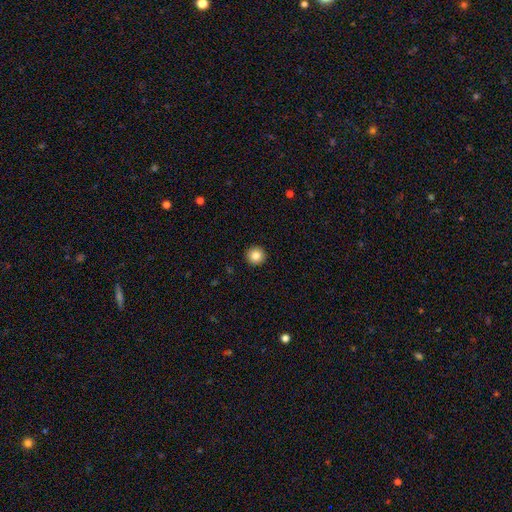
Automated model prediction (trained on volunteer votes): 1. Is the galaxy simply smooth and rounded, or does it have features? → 85% smooth, 9% star or artifact, 6% featured or disk.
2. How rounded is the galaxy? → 96% round, 3% in between, 1% cigar-shaped.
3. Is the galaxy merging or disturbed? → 94% none, 4% minor disturbance, 1% major disturbance, 1% merger.